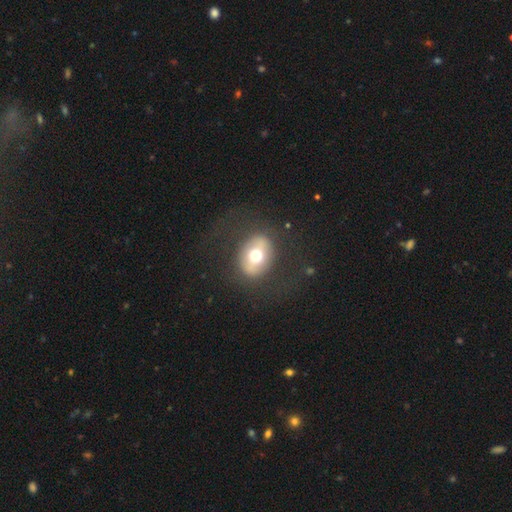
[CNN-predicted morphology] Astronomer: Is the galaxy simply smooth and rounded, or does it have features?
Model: smooth — 57% (runner-up: featured or disk, 35%).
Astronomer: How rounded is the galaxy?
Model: in between — 54% (runner-up: round, 45%).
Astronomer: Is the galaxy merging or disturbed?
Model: none — 79%.